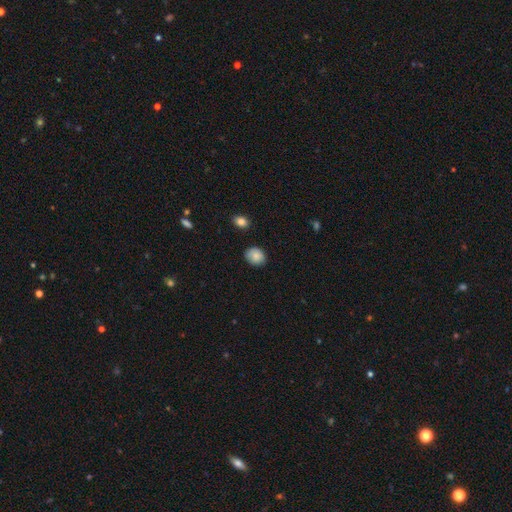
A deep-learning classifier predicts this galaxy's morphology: Q: Smooth or featured?
A: smooth (86%); runner-up: star or artifact (8%)
Q: How rounded?
A: round (62%); runner-up: in between (37%)
Q: Merging?
A: none (82%); runner-up: minor disturbance (14%)